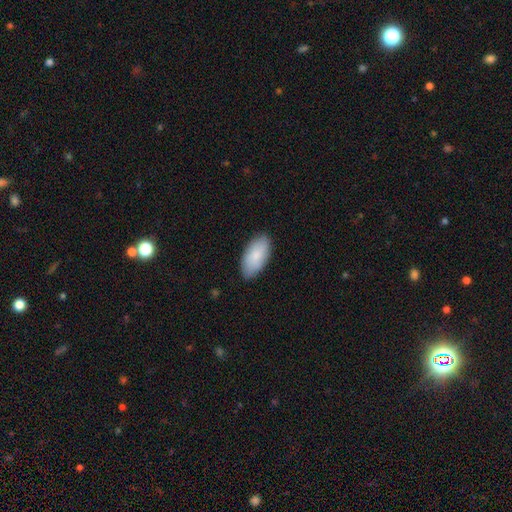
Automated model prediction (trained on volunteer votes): smooth 84%, featured or disk 11%, star or artifact 5%. Down the decision tree: how rounded — in between (94%); merging — none (85%).